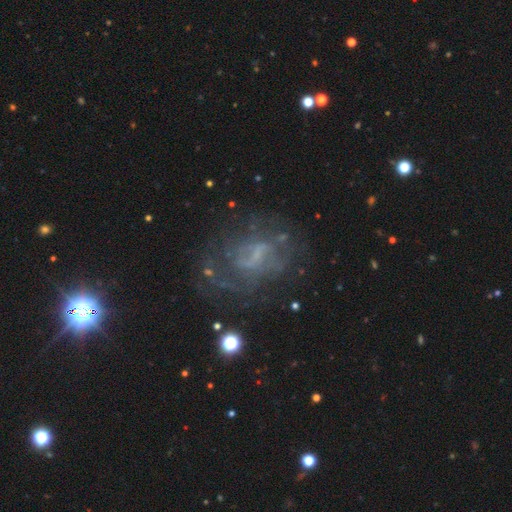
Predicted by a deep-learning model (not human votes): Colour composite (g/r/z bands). It shows a featured or disk galaxy (67%) with a weak bar (41%), spiral arms (57%) and no central bulge (54%). Merging: none (53%).